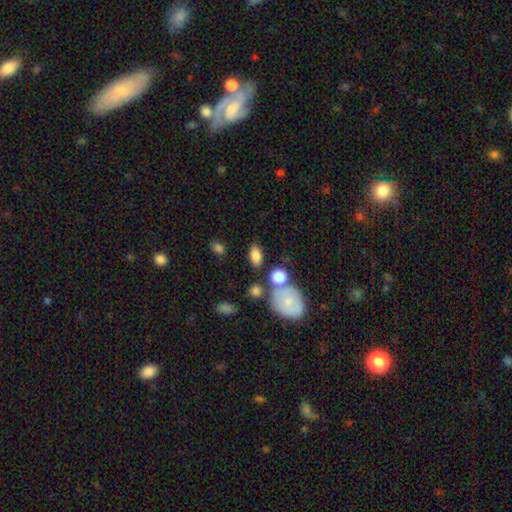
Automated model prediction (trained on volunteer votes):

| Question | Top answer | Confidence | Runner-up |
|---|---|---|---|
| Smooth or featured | smooth | 81% | featured or disk (10%) |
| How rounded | in between | 85% | round (13%) |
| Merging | none | 74% | minor disturbance (12%) |